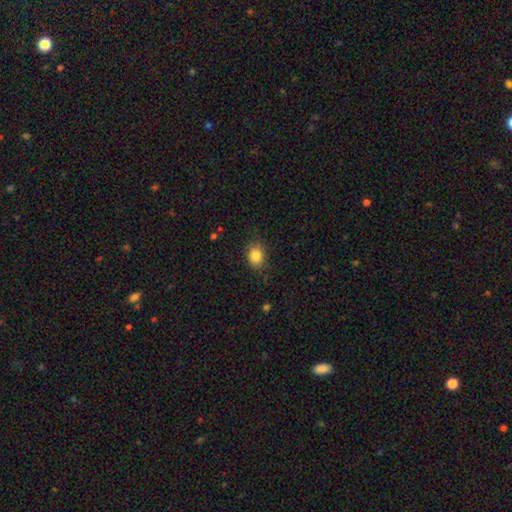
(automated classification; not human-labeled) This appears to be a smooth galaxy with no disk features (84%) that is in between round and cigar-shaped (50%). Merging: none (82%).